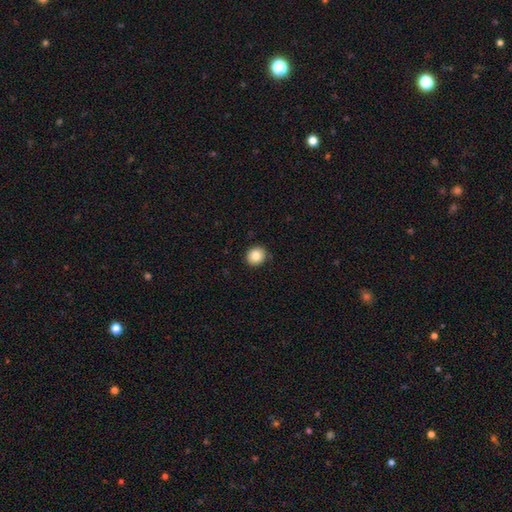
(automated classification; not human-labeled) smooth-or-featured: smooth: 84% | star or artifact: 9% | featured or disk: 6%
  how-rounded: round: 86% | in between: 13% | cigar-shaped: 1%
  merging: none: 88% | minor disturbance: 9% | major disturbance: 2% | merger: 1%